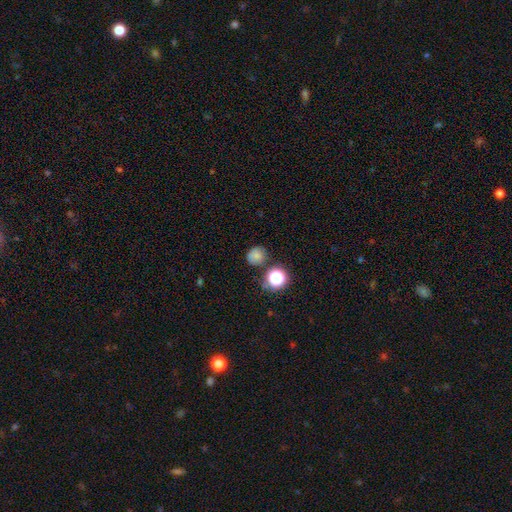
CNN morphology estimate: Q: Smooth or featured?
A: smooth (74%); runner-up: star or artifact (17%)
Q: How rounded?
A: round (86%); runner-up: in between (14%)
Q: Merging?
A: none (76%); runner-up: minor disturbance (14%)